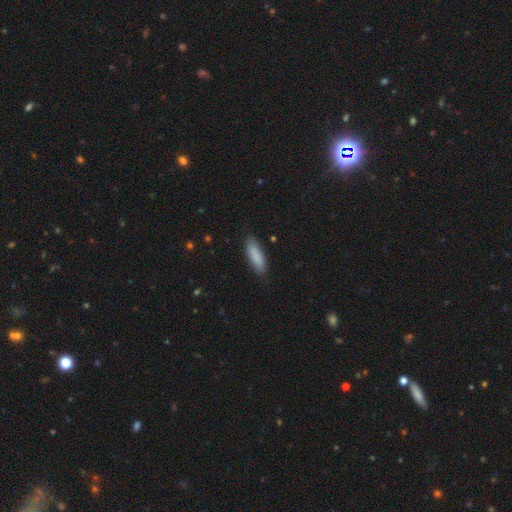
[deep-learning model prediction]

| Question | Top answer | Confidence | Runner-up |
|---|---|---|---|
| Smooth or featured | smooth | 87% | featured or disk (7%) |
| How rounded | in between | 55% | cigar-shaped (44%) |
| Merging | none | 85% | minor disturbance (11%) |